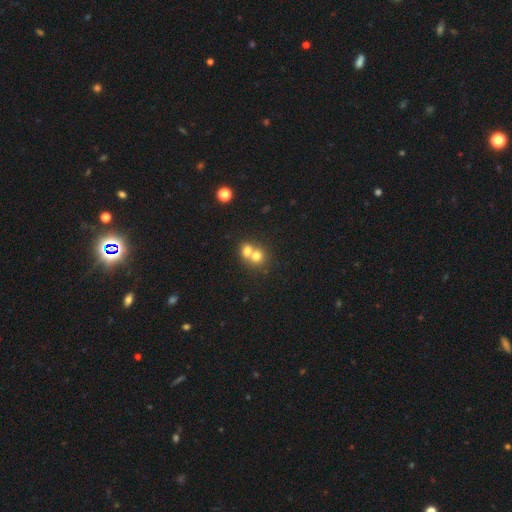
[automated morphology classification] smooth-or-featured: smooth: 72% | featured or disk: 16% | star or artifact: 12%
  how-rounded: round: 76% | in between: 23% | cigar-shaped: 1%
  merging: merger: 66% | none: 27% | minor disturbance: 5% | major disturbance: 2%